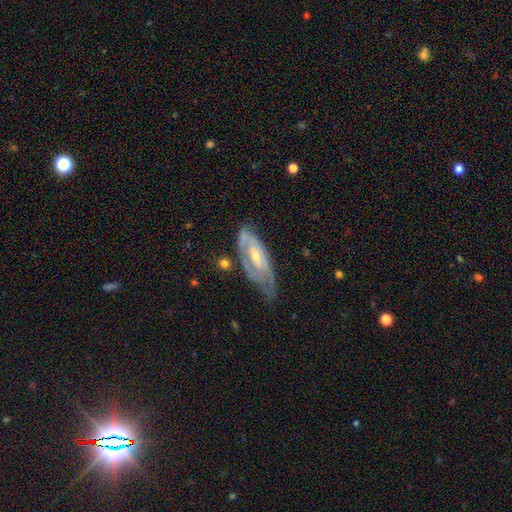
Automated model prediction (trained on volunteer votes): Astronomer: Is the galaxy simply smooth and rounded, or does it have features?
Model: featured or disk — 75%.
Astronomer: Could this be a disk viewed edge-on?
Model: no — 87%.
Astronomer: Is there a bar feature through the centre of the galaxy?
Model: no — 48% (runner-up: weak, 39%).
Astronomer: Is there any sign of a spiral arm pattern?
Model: yes — 83%.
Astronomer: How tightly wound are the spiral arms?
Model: tight — 54% (runner-up: medium, 35%).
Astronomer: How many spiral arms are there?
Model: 2 — 46% (runner-up: can't tell, 34%).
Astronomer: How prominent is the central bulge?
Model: small — 55% (runner-up: moderate, 40%).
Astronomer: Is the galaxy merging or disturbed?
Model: none — 46% (runner-up: minor disturbance, 32%).